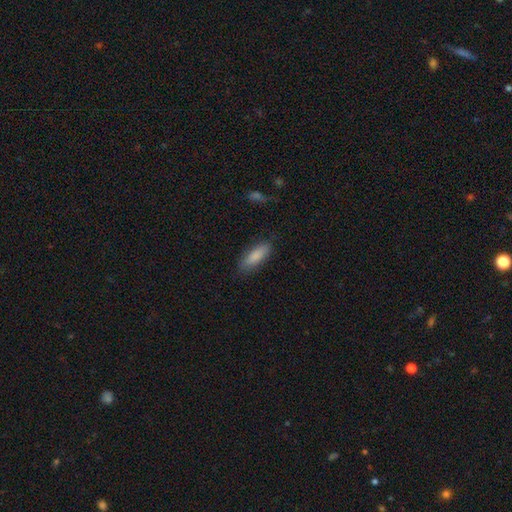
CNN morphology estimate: Smooth or featured?
  - smooth: 85% *
  - featured or disk: 8%
  - star or artifact: 6%
How rounded?
  - in between: 59% *
  - cigar-shaped: 39%
  - round: 2%
Merging?
  - none: 82% *
  - minor disturbance: 13%
  - major disturbance: 3%
  - merger: 1%